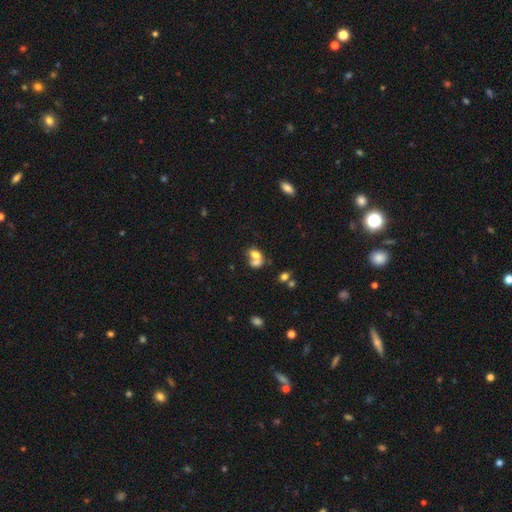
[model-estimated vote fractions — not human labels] smooth-or-featured: smooth: 67% | featured or disk: 22% | star or artifact: 12%
  how-rounded: in between: 64% | round: 34% | cigar-shaped: 2%
  merging: merger: 67% | none: 20% | minor disturbance: 7% | major disturbance: 6%